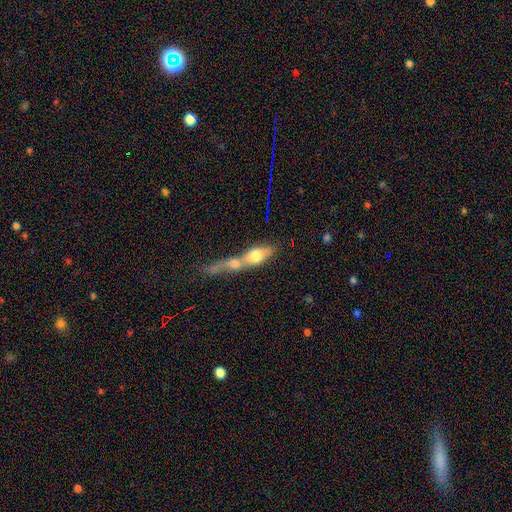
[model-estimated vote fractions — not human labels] Smooth or featured? smooth (59%)
How rounded? in between (54%)
Merging? merger (73%)